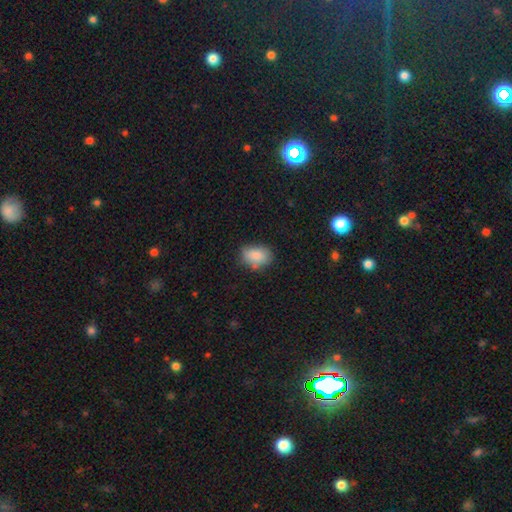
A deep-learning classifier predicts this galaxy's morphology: smooth-or-featured: smooth: 86% | star or artifact: 8% | featured or disk: 7%
  how-rounded: in between: 81% | round: 18% | cigar-shaped: 1%
  merging: none: 70% | minor disturbance: 22% | major disturbance: 5% | merger: 3%